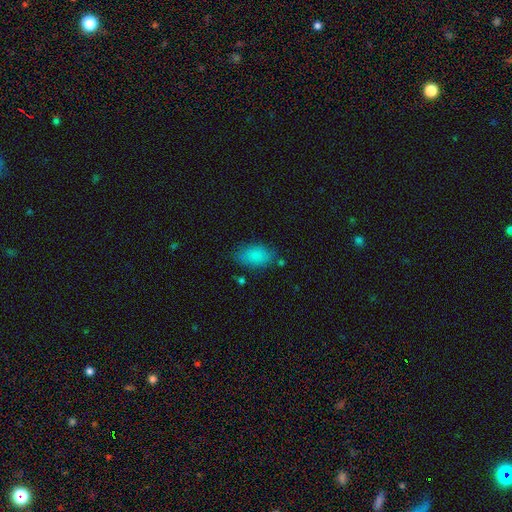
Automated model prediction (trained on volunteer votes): smooth-or-featured: smooth: 85% | star or artifact: 8% | featured or disk: 6%
  how-rounded: in between: 91% | round: 7% | cigar-shaped: 2%
  merging: none: 76% | minor disturbance: 16% | major disturbance: 4% | merger: 3%